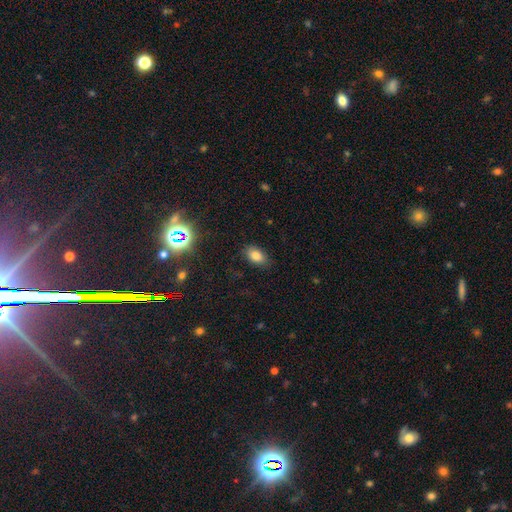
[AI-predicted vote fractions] A smooth galaxy with no disk features (81%) that is in between round and cigar-shaped (88%).

Vote fractions:
- Smooth or featured? smooth: 81% / star or artifact: 12% / featured or disk: 7%
- How rounded? in between: 88% / round: 10% / cigar-shaped: 2%
- Merging? none: 84% / minor disturbance: 12% / major disturbance: 3% / merger: 1%